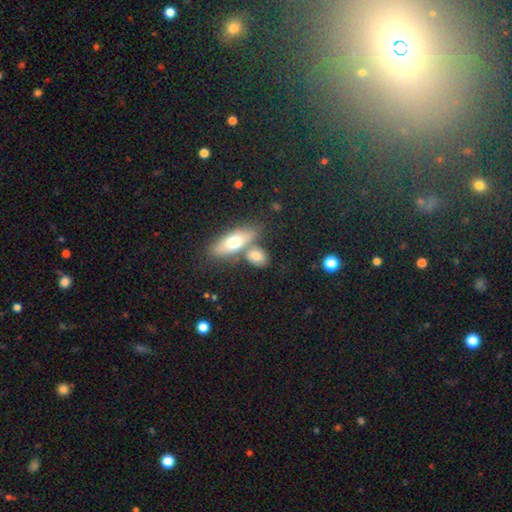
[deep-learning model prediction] Smooth or featured? Predicted: smooth (p=0.75). How rounded? Predicted: in between (p=0.71). Merging? Predicted: none (p=0.52).